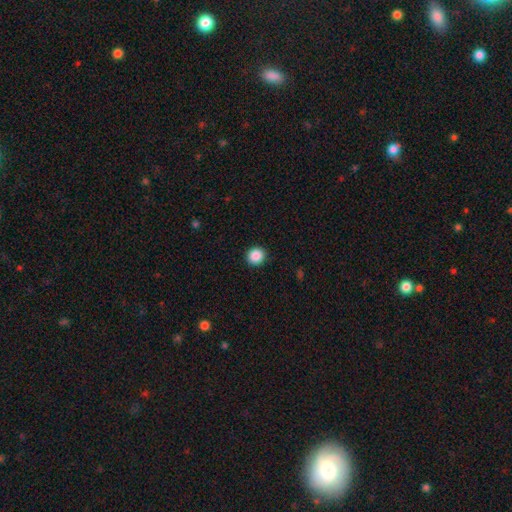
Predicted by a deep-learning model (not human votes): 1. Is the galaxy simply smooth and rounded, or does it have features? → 88% smooth, 9% star or artifact, 3% featured or disk.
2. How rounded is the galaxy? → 93% round, 6% in between, 1% cigar-shaped.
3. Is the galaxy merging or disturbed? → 93% none, 5% minor disturbance, 2% major disturbance, 1% merger.